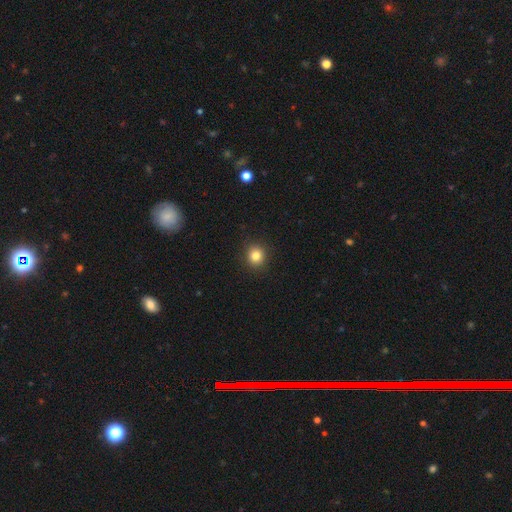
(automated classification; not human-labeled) Smooth or featured? smooth (83%)
How rounded? round (90%)
Merging? none (91%)